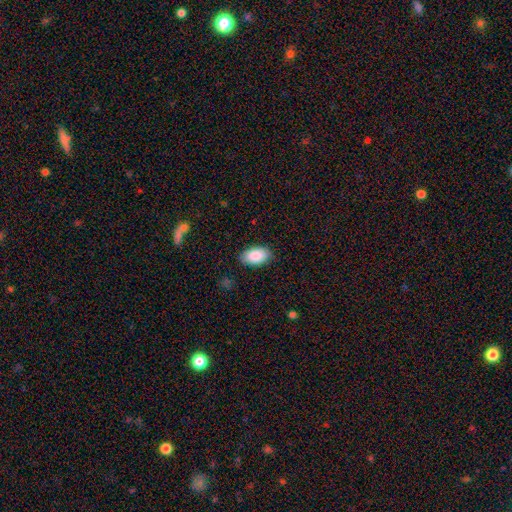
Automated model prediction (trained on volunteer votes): smooth-or-featured: smooth: 89% | star or artifact: 6% | featured or disk: 5%
  how-rounded: in between: 94% | round: 5% | cigar-shaped: 1%
  merging: none: 85% | minor disturbance: 11% | major disturbance: 3% | merger: 1%